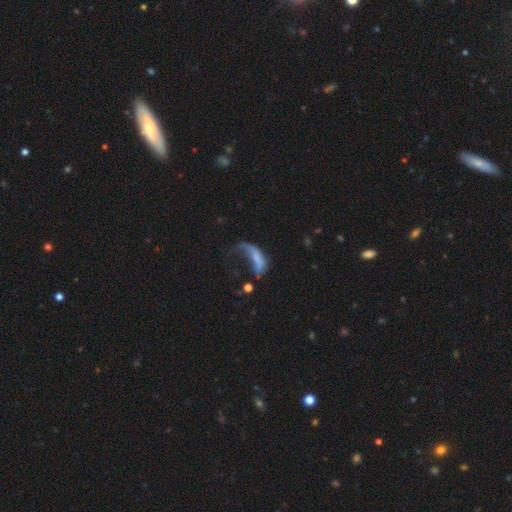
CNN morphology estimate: This is possibly a smooth galaxy (48%). Merging: likely major disturbance (60%).